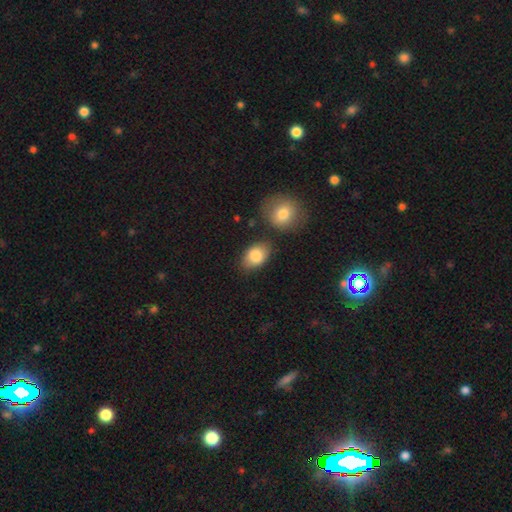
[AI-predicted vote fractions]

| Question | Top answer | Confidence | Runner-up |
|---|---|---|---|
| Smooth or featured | smooth | 84% | featured or disk (9%) |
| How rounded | in between | 82% | round (16%) |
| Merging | none | 73% | minor disturbance (14%) |